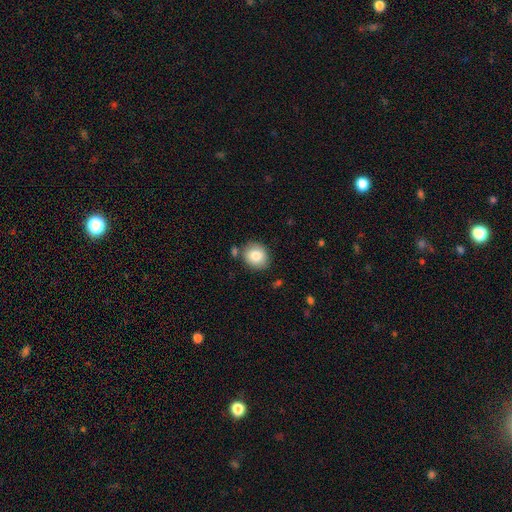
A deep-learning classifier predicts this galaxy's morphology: This is clearly a smooth galaxy (82%). How rounded: likely round (73%). Merging: likely none (79%).